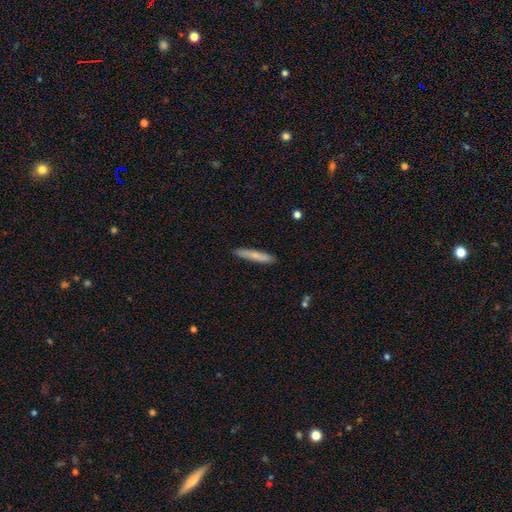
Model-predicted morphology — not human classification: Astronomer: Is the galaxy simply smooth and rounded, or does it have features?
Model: smooth — 73%.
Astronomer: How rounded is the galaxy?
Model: cigar-shaped — 93%.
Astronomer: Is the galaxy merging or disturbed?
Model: none — 90%.